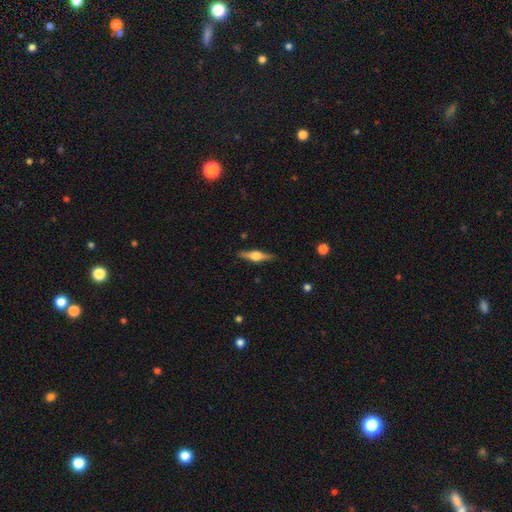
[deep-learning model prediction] Smooth or featured? featured or disk (70%)
Edge-on disk? yes (97%)
Edge-on bulge? rounded (93%)
Merging? none (89%)